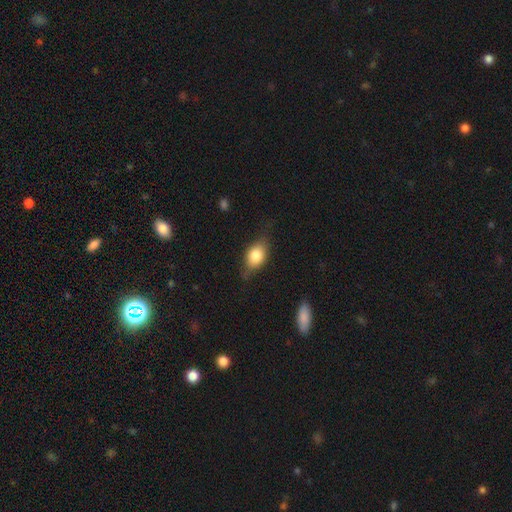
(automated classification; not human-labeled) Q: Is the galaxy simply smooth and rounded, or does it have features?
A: smooth — 76%.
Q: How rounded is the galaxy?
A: in between — 80%.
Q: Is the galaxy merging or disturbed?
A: none — 68%.